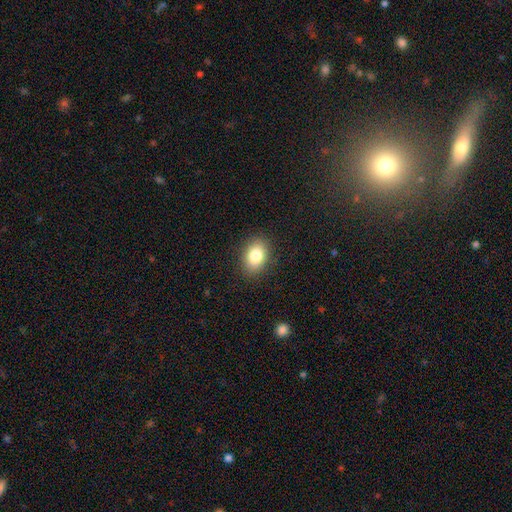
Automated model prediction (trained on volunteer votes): Overall: smooth (83%). How rounded: in between (77%). Merging: none (87%).